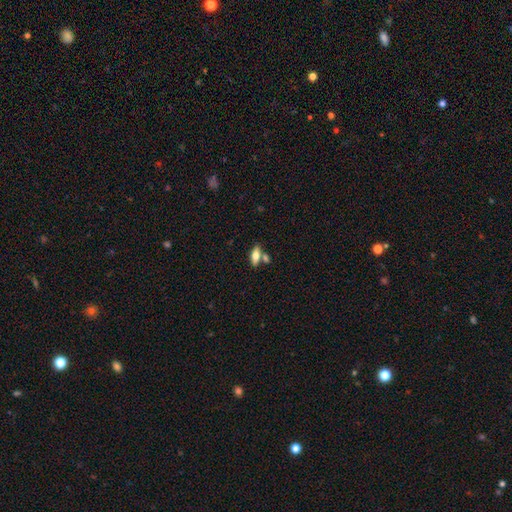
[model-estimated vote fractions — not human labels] Morphology: type=smooth (67%); roundness=in between (75%); merging=none (63%).